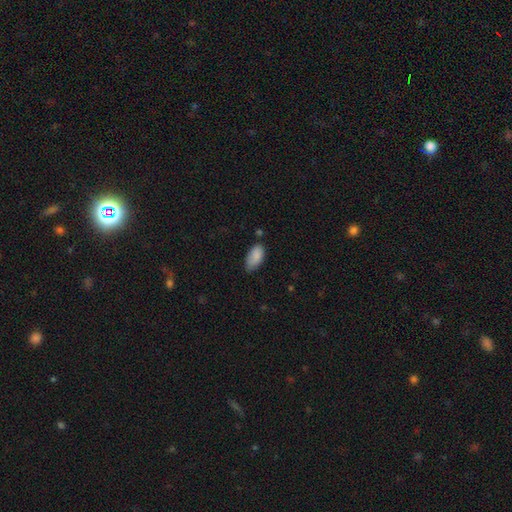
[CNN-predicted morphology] smooth 87%, star or artifact 7%, featured or disk 6%. Down the decision tree: how rounded — in between (94%); merging — none (55%).